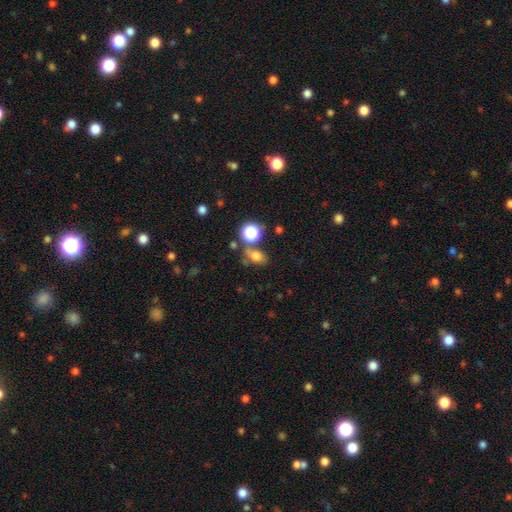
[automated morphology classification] smooth 72%, star or artifact 18%, featured or disk 11%. Down the decision tree: how rounded — in between (67%); merging — none (60%).